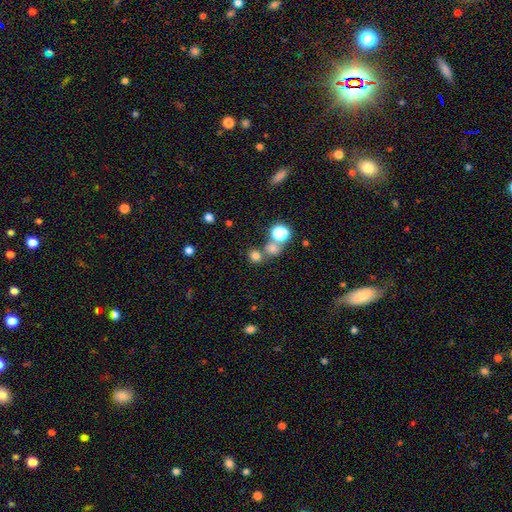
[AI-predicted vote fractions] smooth 73%, star or artifact 20%, featured or disk 7%. Down the decision tree: how rounded — round (83%); merging — none (63%).